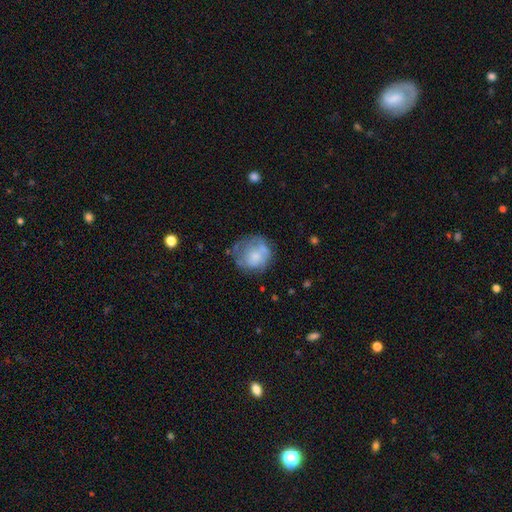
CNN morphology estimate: Smooth or featured?
  - smooth: 56% *
  - featured or disk: 36%
  - star or artifact: 8%
How rounded?
  - round: 83% *
  - in between: 16%
  - cigar-shaped: 1%
Merging?
  - none: 53% *
  - minor disturbance: 26%
  - major disturbance: 16%
  - merger: 6%